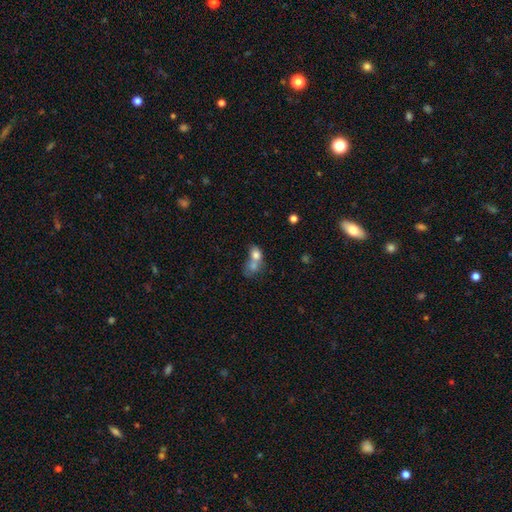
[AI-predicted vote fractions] Overall: smooth (72%). How rounded: in between (57%; round 41%). Merging: merger (71%).